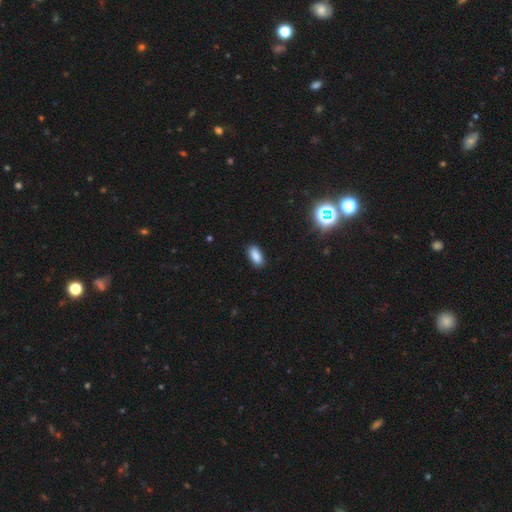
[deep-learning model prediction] Smooth or featured? smooth (87%)
How rounded? in between (88%)
Merging? none (88%)